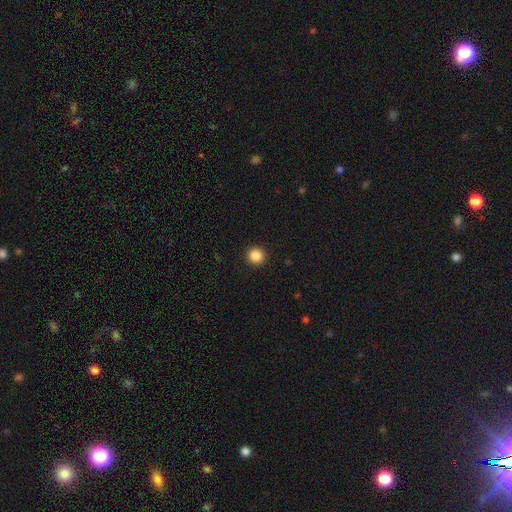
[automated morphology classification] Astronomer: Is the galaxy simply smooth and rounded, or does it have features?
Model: smooth — 87%.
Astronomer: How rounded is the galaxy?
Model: round — 95%.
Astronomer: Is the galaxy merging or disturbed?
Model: none — 93%.